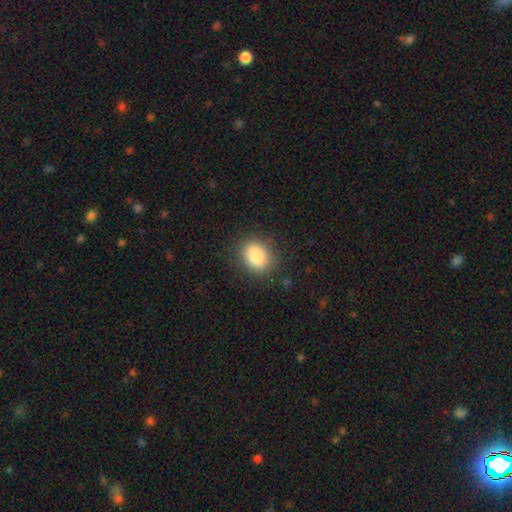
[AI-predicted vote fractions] This is clearly a smooth galaxy (86%). How rounded: possibly in between (58%). Merging: clearly none (85%).